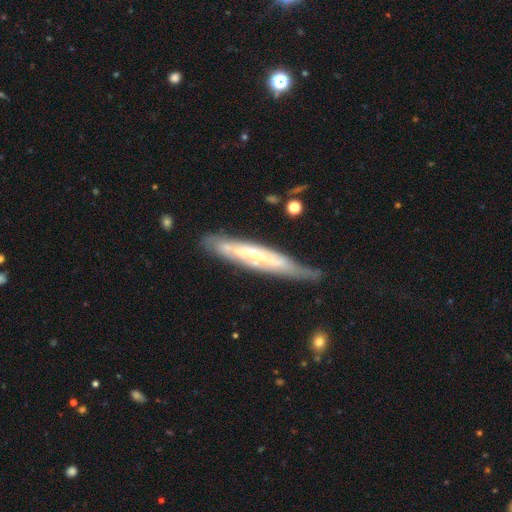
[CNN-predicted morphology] smooth_or_featured: featured or disk (p=0.72) [alt: smooth p=0.22]
disk_edge_on: yes (p=0.63) [alt: no p=0.37]
merging: none (p=0.69) [alt: minor disturbance p=0.22]